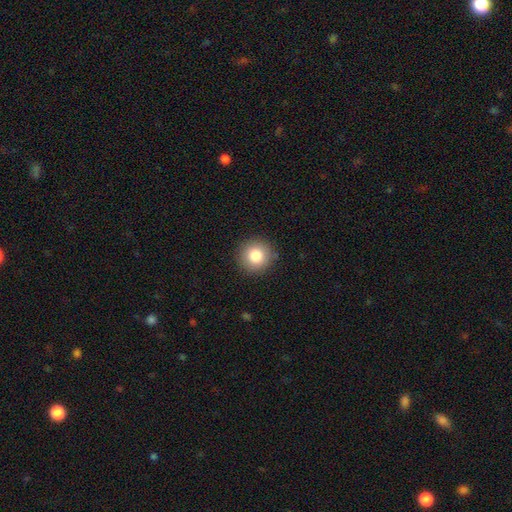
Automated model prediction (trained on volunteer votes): Q: Smooth or featured?
A: smooth (82%); runner-up: star or artifact (10%)
Q: How rounded?
A: round (94%); runner-up: in between (5%)
Q: Merging?
A: none (90%); runner-up: minor disturbance (6%)